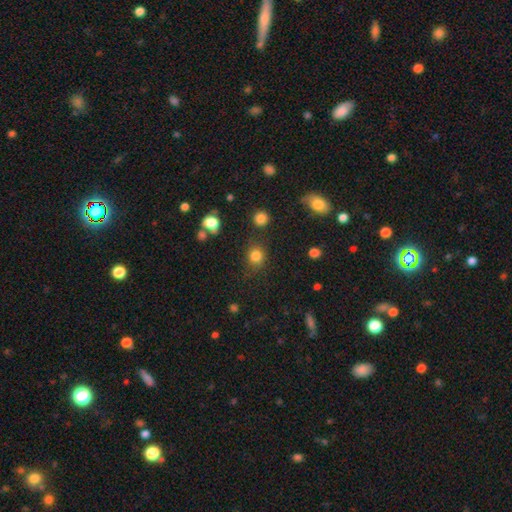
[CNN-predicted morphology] Smooth or featured?
  - smooth: 81% *
  - star or artifact: 13%
  - featured or disk: 6%
How rounded?
  - round: 76% *
  - in between: 23%
  - cigar-shaped: 1%
Merging?
  - none: 78% *
  - minor disturbance: 14%
  - major disturbance: 5%
  - merger: 4%